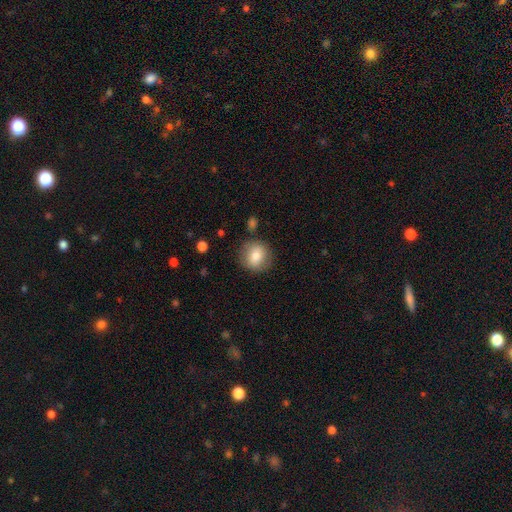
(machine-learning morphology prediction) This is likely a smooth galaxy (76%). How rounded: clearly round (87%). Merging: clearly none (82%).